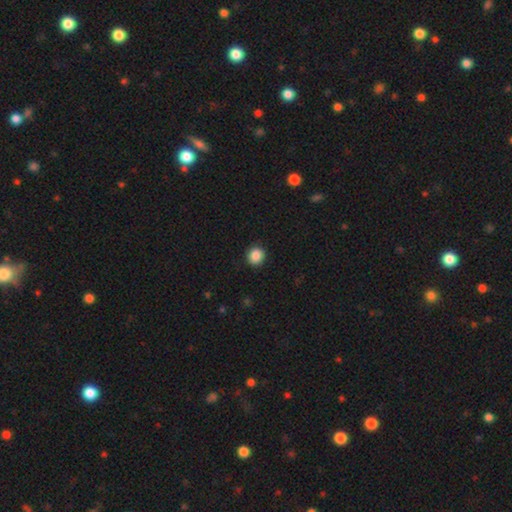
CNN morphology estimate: Q: Smooth or featured?
A: smooth (87%); runner-up: star or artifact (10%)
Q: How rounded?
A: round (88%); runner-up: in between (11%)
Q: Merging?
A: none (91%); runner-up: minor disturbance (6%)